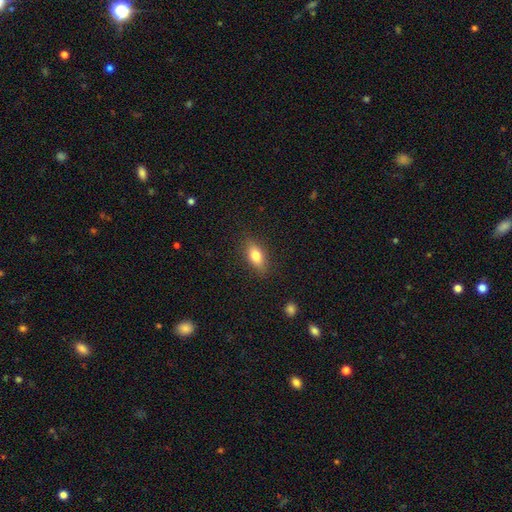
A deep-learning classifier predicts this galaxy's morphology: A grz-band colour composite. It shows a smooth galaxy with no disk features (77%) that is in between round and cigar-shaped (80%). Merging: none (85%).